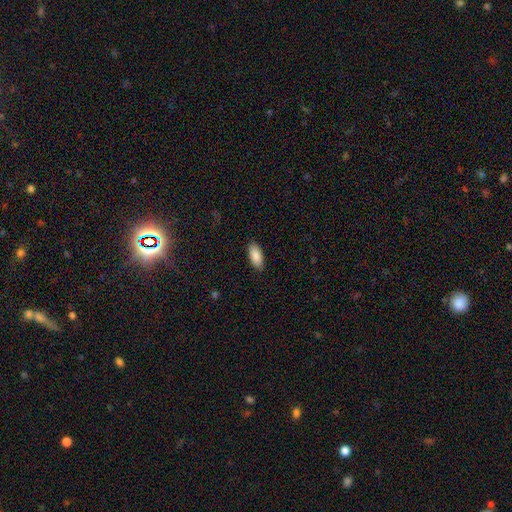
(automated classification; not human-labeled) This appears to be a smooth galaxy with no disk features (89%) that is in between round and cigar-shaped (88%). Merging: none (89%).